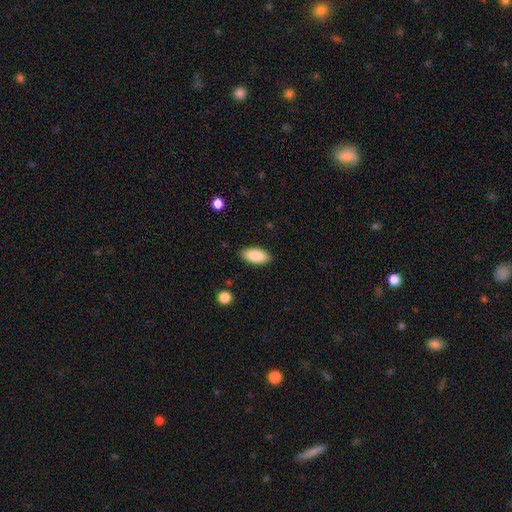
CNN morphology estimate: A smooth galaxy with no disk features (87%) that is in between round and cigar-shaped (90%). Merging: none (88%).